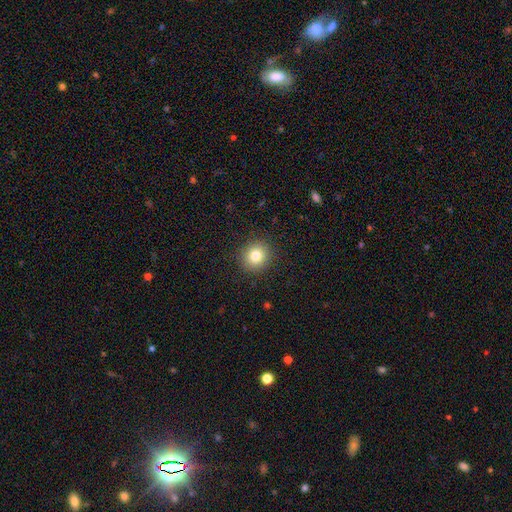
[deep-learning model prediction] Overall: smooth (81%). How rounded: round (85%). Merging: none (90%).